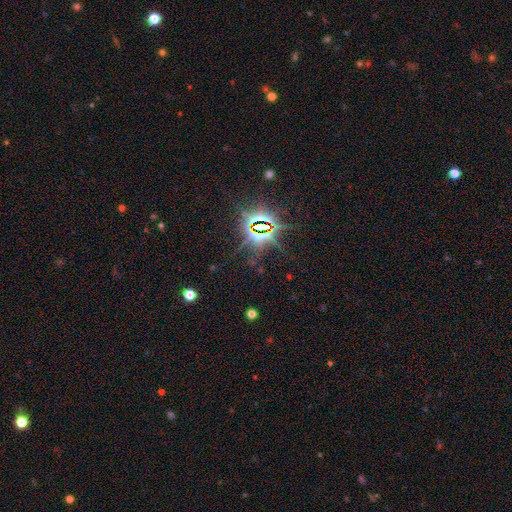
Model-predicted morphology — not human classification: A star or artifact, not a galaxy (86%).

Vote fractions:
- Smooth or featured? star or artifact: 86% / smooth: 7% / featured or disk: 6%